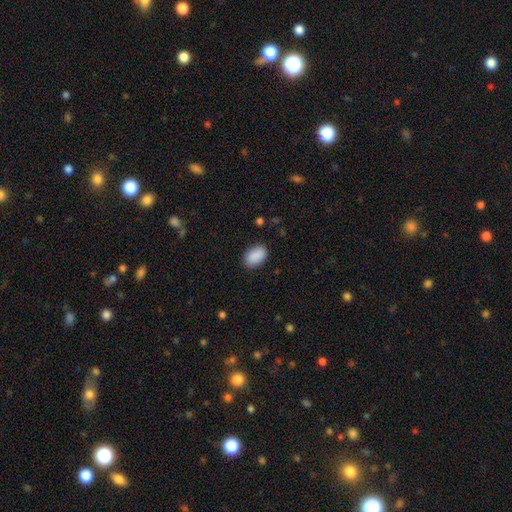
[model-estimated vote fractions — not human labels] Overall: smooth (90%). How rounded: in between (88%). Merging: none (86%).